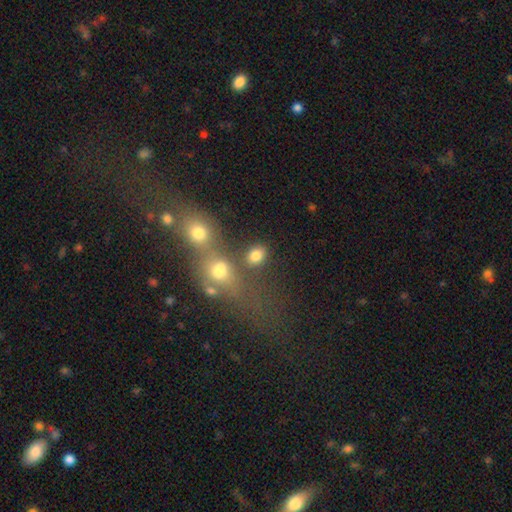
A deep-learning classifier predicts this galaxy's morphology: smooth_or_featured: smooth (p=0.80) [alt: star or artifact p=0.12]
how_rounded: in between (p=0.60) [alt: round p=0.38]
merging: none (p=0.63) [alt: merger p=0.20]